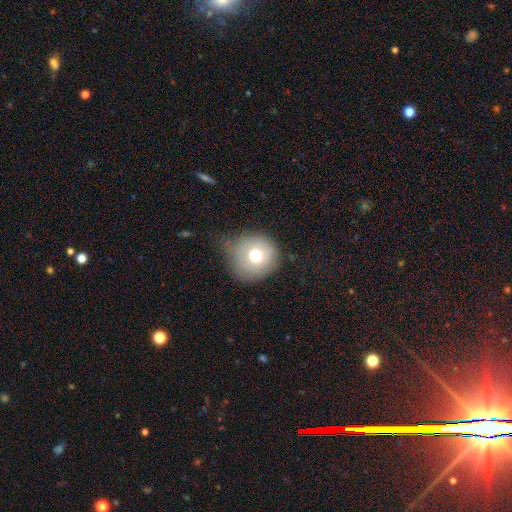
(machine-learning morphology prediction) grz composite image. It shows a smooth galaxy with no disk features (71%) that is round (91%). Merging: none (60%).